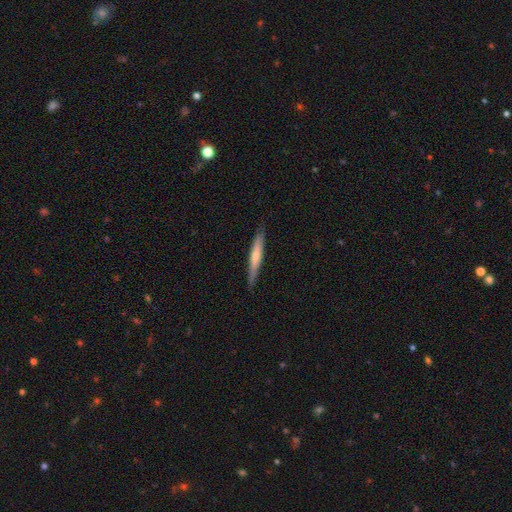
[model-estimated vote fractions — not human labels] smooth_or_featured: smooth (p=0.53) [alt: featured or disk p=0.41]
how_rounded: cigar-shaped (p=0.94) [alt: in between p=0.05]
merging: none (p=0.87) [alt: minor disturbance p=0.10]